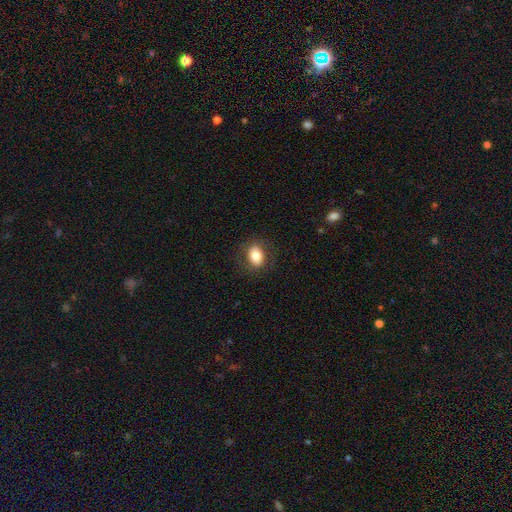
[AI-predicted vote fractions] Smooth or featured? Predicted: smooth (p=0.78). How rounded? Predicted: in between (p=0.67). Merging? Predicted: none (p=0.83).